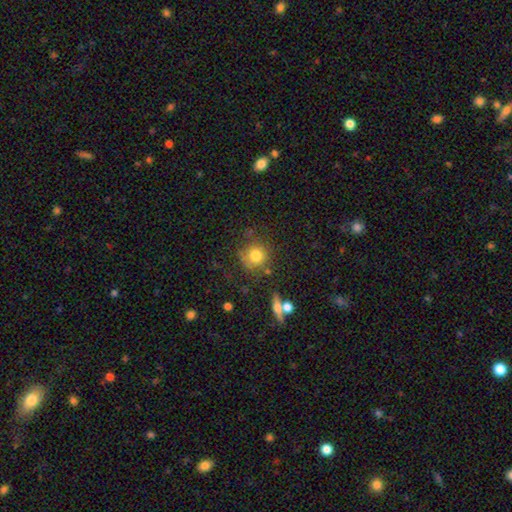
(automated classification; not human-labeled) Smooth or featured?
  - smooth: 76% *
  - featured or disk: 13%
  - star or artifact: 11%
How rounded?
  - round: 89% *
  - in between: 9%
  - cigar-shaped: 1%
Merging?
  - none: 67% *
  - minor disturbance: 18%
  - major disturbance: 8%
  - merger: 8%